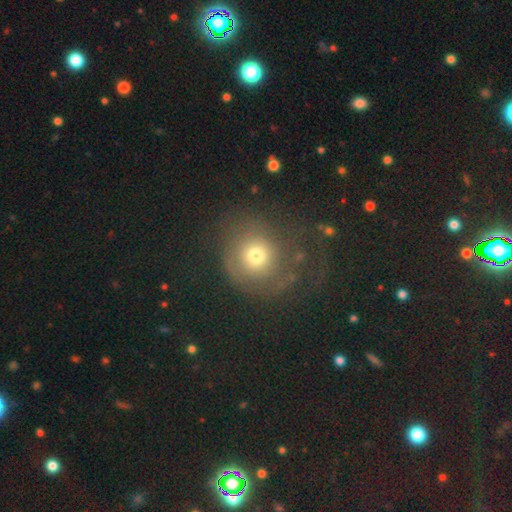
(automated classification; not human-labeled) smooth 63%, featured or disk 23%, star or artifact 14%. Down the decision tree: how rounded — round (88%); merging — none (54%).